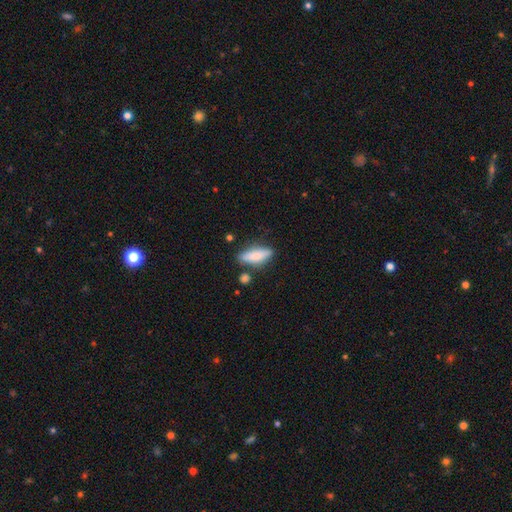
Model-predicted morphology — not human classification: Smooth or featured?
  - smooth: 73% *
  - featured or disk: 20%
  - star or artifact: 6%
How rounded?
  - in between: 55% *
  - cigar-shaped: 42%
  - round: 3%
Merging?
  - none: 75% *
  - minor disturbance: 15%
  - merger: 6%
  - major disturbance: 3%